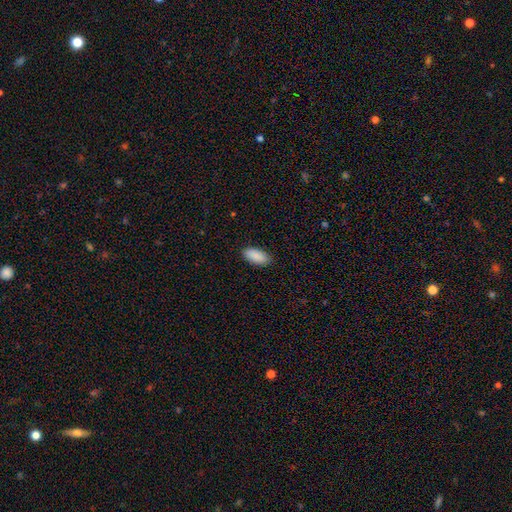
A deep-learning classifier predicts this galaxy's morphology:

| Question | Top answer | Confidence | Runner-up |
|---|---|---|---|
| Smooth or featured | smooth | 91% | star or artifact (6%) |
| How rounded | in between | 91% | cigar-shaped (7%) |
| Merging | none | 87% | minor disturbance (10%) |